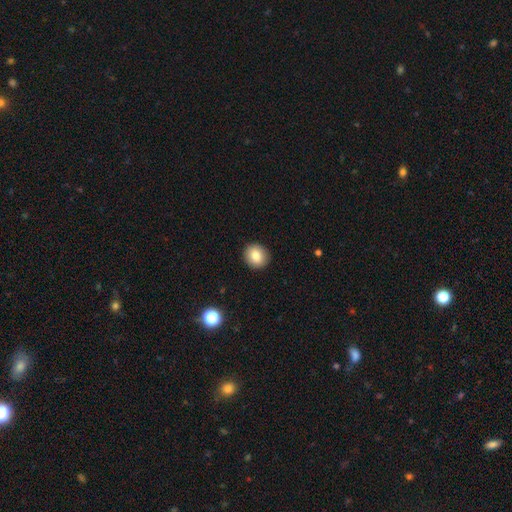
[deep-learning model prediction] Overall: smooth (82%). How rounded: round (84%). Merging: none (92%).